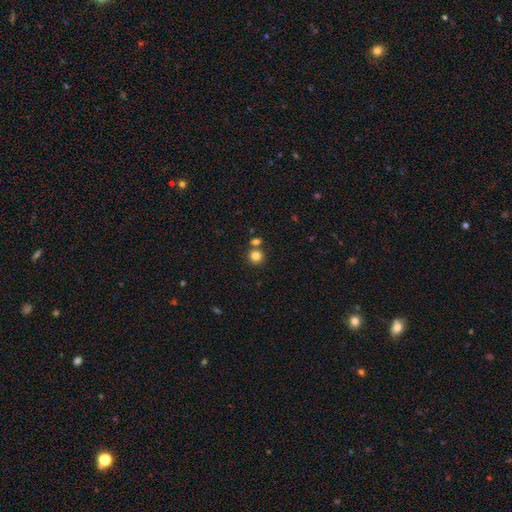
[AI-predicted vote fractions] smooth 84%, star or artifact 11%, featured or disk 5%. Down the decision tree: how rounded — round (90%); merging — none (72%).